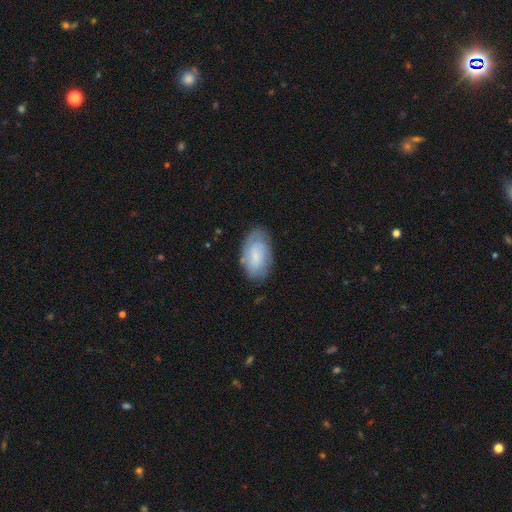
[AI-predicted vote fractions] Morphology: type=smooth (56%); roundness=in between (93%); merging=none (73%).